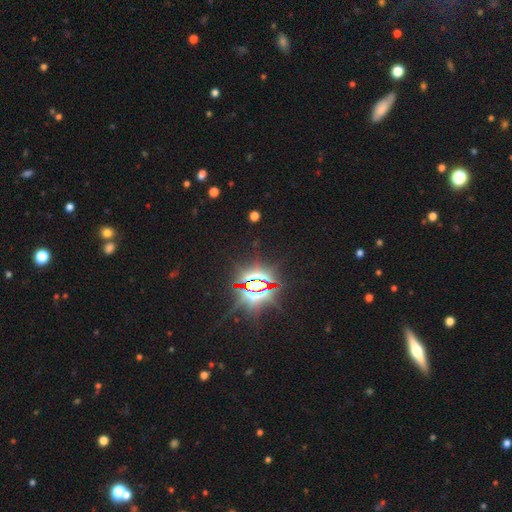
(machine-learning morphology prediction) Smooth or featured? Predicted: star or artifact (p=0.85).